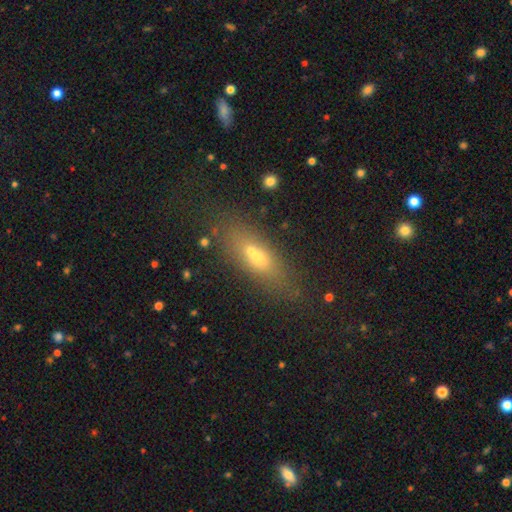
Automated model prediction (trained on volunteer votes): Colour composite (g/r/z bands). It shows a smooth galaxy with no disk features (60%) that is in between round and cigar-shaped (57%). Merging: none (59%).